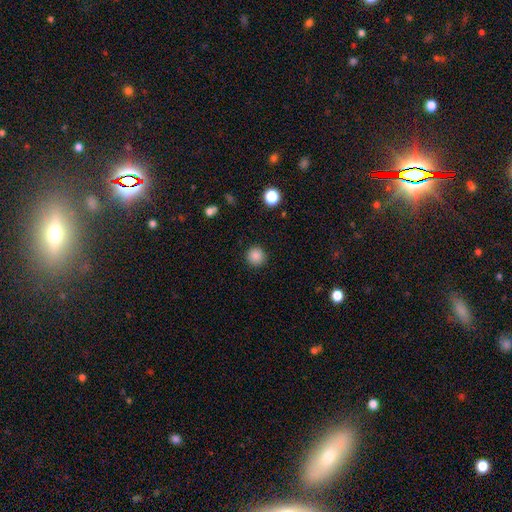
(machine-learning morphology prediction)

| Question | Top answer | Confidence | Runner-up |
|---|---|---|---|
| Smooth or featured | smooth | 86% | star or artifact (11%) |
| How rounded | round | 94% | in between (5%) |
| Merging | none | 91% | minor disturbance (5%) |